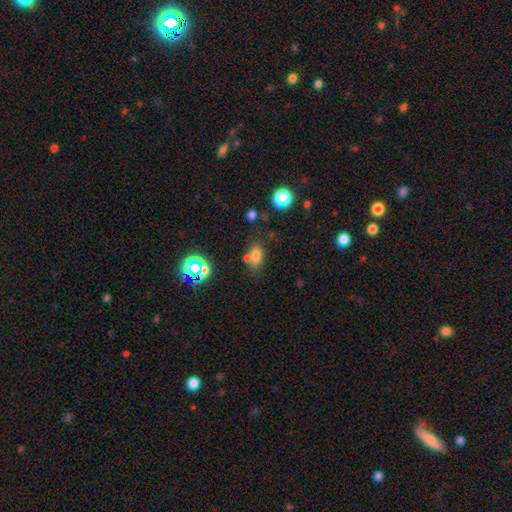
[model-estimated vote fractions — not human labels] A smooth galaxy with no disk features (72%) that is in between round and cigar-shaped (78%). Merging: none (58%).